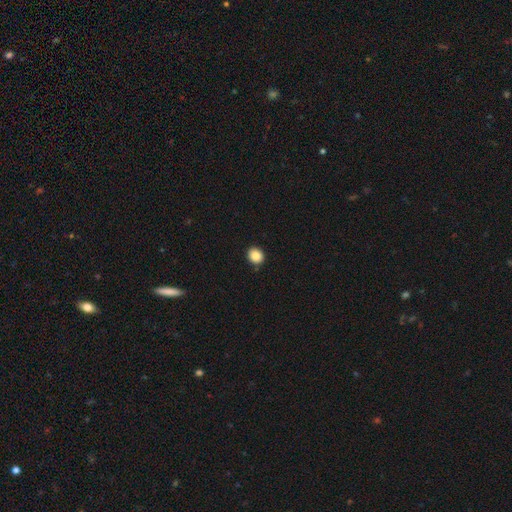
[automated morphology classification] Smooth or featured? Predicted: smooth (p=0.85). How rounded? Predicted: round (p=0.77). Merging? Predicted: none (p=0.91).